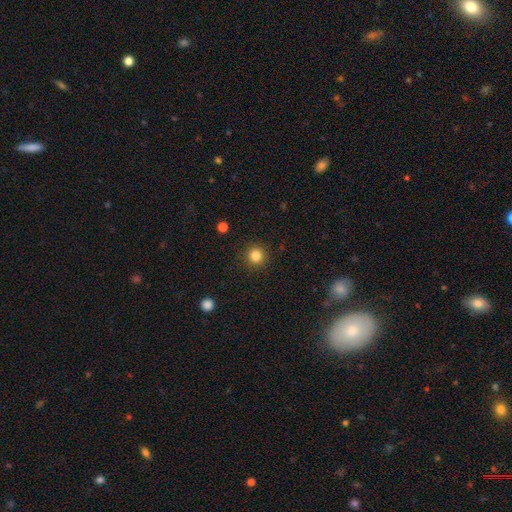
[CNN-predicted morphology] type=smooth (83%); roundness=round (94%); merging=none (91%).